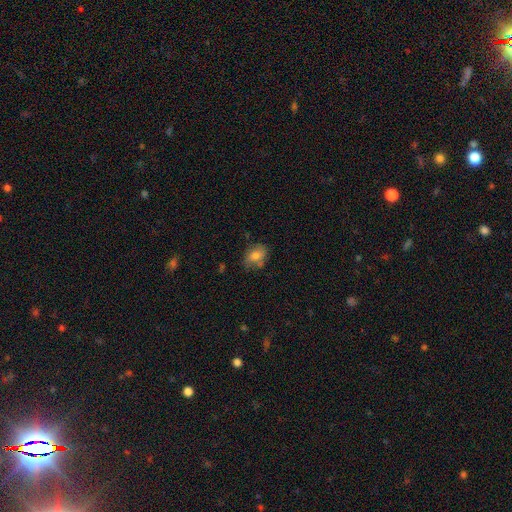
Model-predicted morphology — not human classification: Smooth or featured? Predicted: smooth (p=0.73). How rounded? Predicted: in between (p=0.69). Merging? Predicted: none (p=0.65).